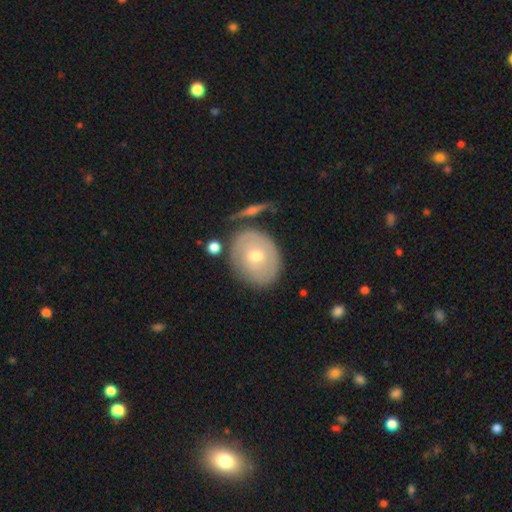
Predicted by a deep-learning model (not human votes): smooth 47%, featured or disk 46%, star or artifact 7%. Down the decision tree: merging — none (69%).